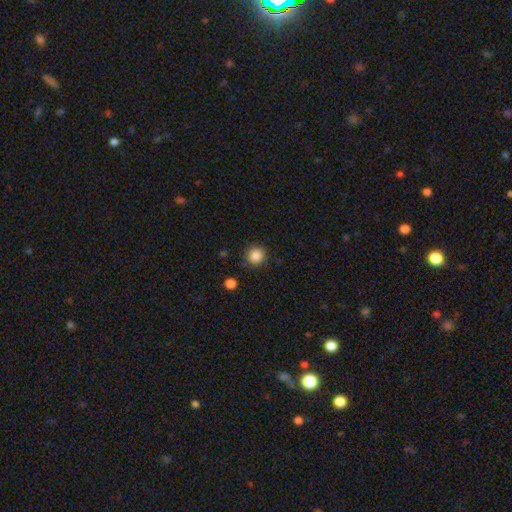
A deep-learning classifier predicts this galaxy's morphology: smooth_or_featured: smooth (p=0.86) [alt: star or artifact p=0.11]
how_rounded: round (p=0.94) [alt: in between p=0.06]
merging: none (p=0.87) [alt: minor disturbance p=0.08]